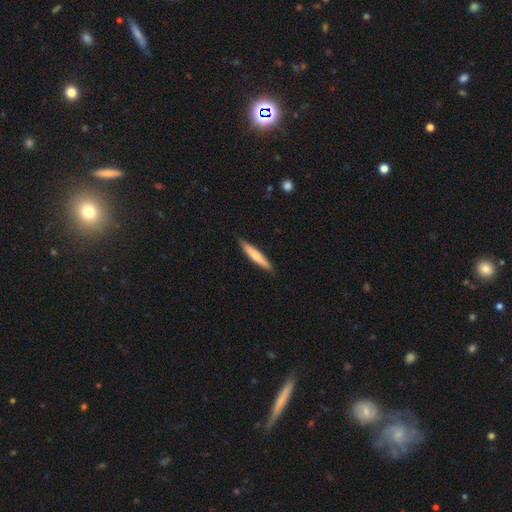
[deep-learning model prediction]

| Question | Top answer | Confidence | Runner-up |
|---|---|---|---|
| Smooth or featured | smooth | 69% | featured or disk (26%) |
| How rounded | cigar-shaped | 92% | in between (7%) |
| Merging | none | 89% | minor disturbance (9%) |